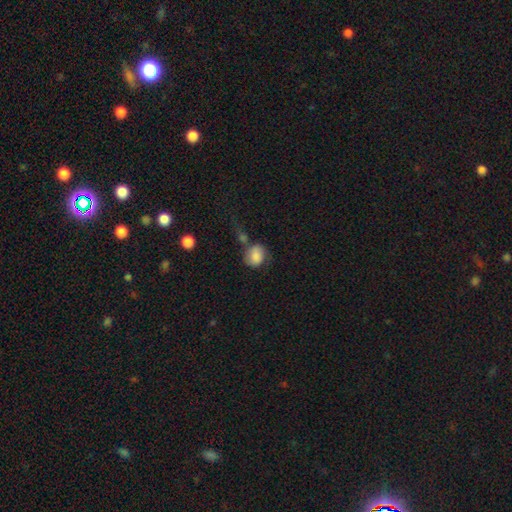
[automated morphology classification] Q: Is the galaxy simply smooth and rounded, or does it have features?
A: smooth — 75%.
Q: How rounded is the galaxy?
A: round — 61%.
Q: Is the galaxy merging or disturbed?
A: none — 40%.